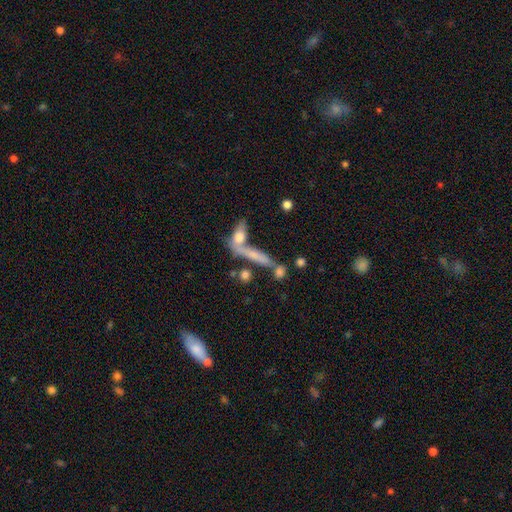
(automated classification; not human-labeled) smooth-or-featured: smooth: 57% | featured or disk: 31% | star or artifact: 11%
  how-rounded: cigar-shaped: 74% | in between: 21% | round: 5%
  merging: none: 42% | merger: 38% | minor disturbance: 12% | major disturbance: 8%